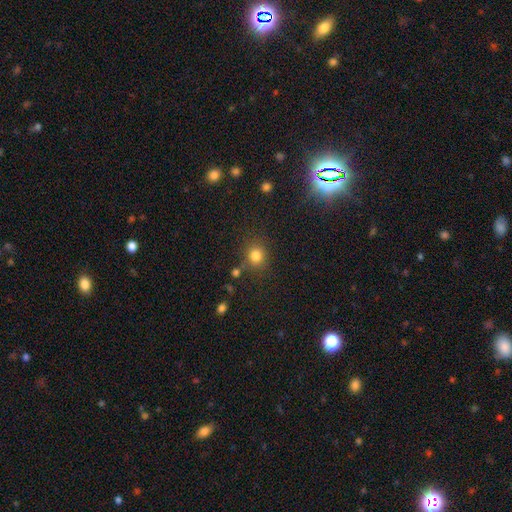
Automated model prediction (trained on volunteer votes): Q: Smooth or featured?
A: smooth (81%); runner-up: star or artifact (13%)
Q: How rounded?
A: round (80%); runner-up: in between (19%)
Q: Merging?
A: none (77%); runner-up: minor disturbance (12%)